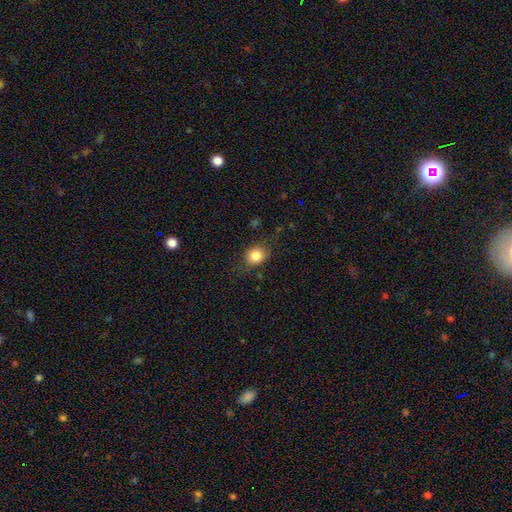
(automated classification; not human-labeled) smooth_or_featured: smooth (p=0.82) [alt: star or artifact p=0.10]
how_rounded: round (p=0.64) [alt: in between p=0.35]
merging: none (p=0.76) [alt: minor disturbance p=0.16]